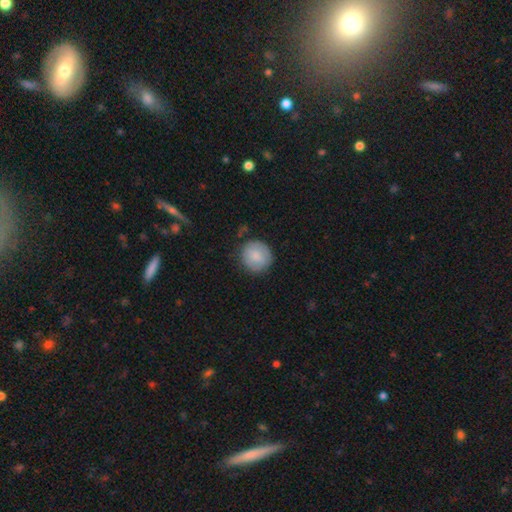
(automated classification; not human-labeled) Smooth or featured?
  - smooth: 81% *
  - featured or disk: 12%
  - star or artifact: 7%
How rounded?
  - round: 91% *
  - in between: 8%
  - cigar-shaped: 1%
Merging?
  - none: 80% *
  - minor disturbance: 15%
  - major disturbance: 4%
  - merger: 2%